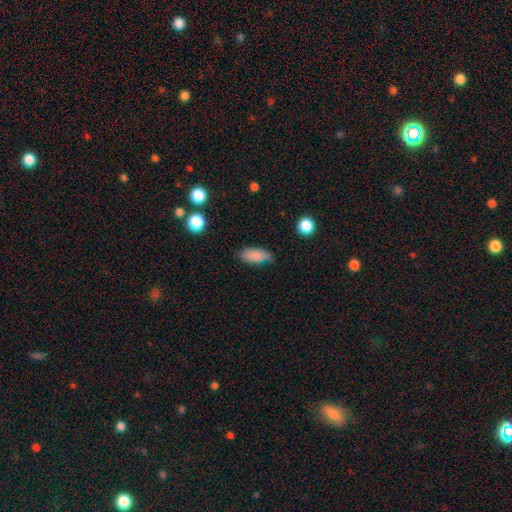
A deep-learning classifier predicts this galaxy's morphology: A smooth galaxy with no disk features (85%) that is in between round and cigar-shaped (85%). Merging: none (68%).